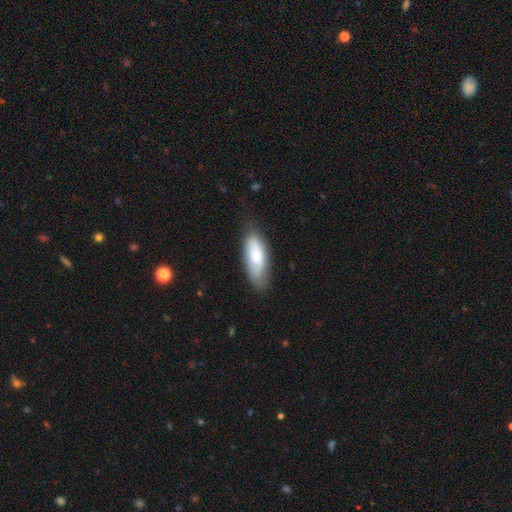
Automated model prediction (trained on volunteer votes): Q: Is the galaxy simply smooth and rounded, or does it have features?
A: smooth — 70%.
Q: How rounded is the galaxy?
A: in between — 72%.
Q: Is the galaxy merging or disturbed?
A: none — 72%.